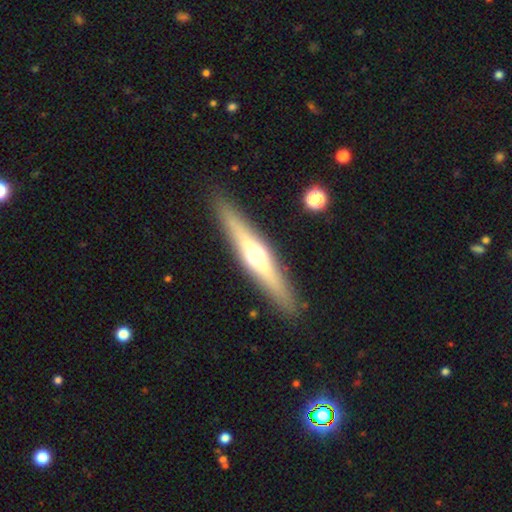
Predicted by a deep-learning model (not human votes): The model was most divided on "smooth or featured": featured or disk: 61%, smooth: 33%, star or artifact: 6%. More confident: edge-on disk — yes (93%); edge-on bulge — rounded (91%); merging — none (90%).